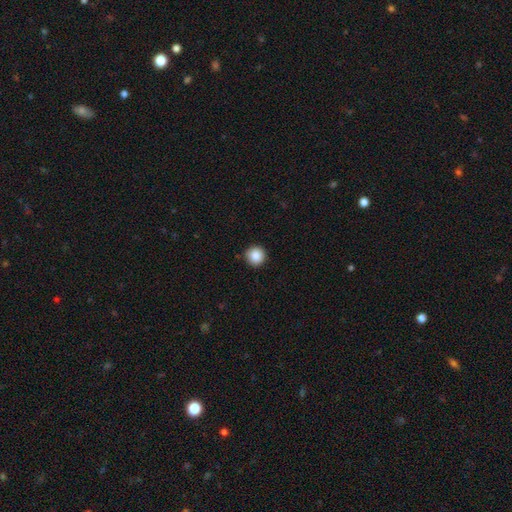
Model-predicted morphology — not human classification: This appears to be a smooth galaxy with no disk features (86%) that is round (96%). Merging: none (91%).